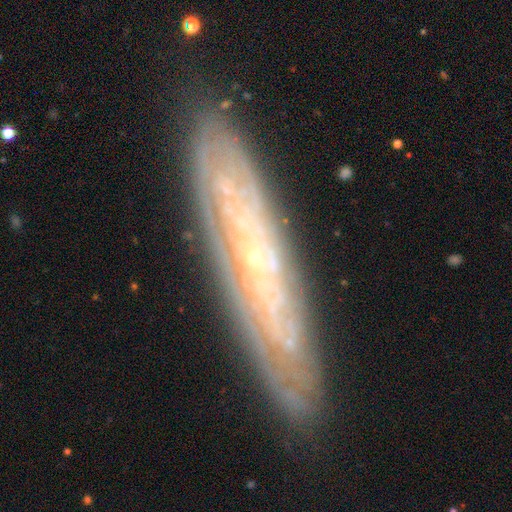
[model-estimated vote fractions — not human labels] Smooth or featured? featured or disk (76%)
Edge-on disk? no (59%)
Merging? none (85%)